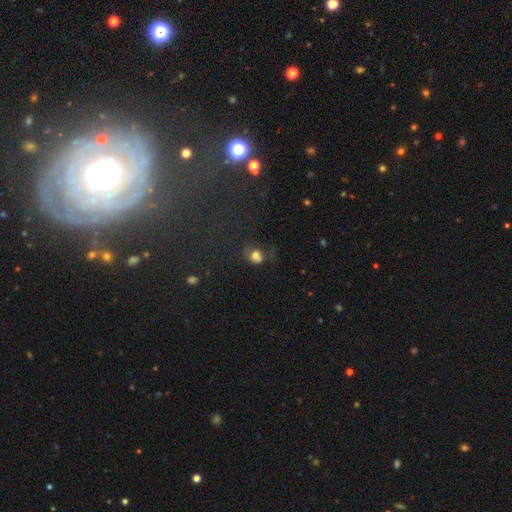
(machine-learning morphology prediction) Smooth or featured: smooth — 71% (star or artifact — 15%)
How rounded: round — 59% (in between — 40%)
Merging: none — 42% (minor disturbance — 24%)